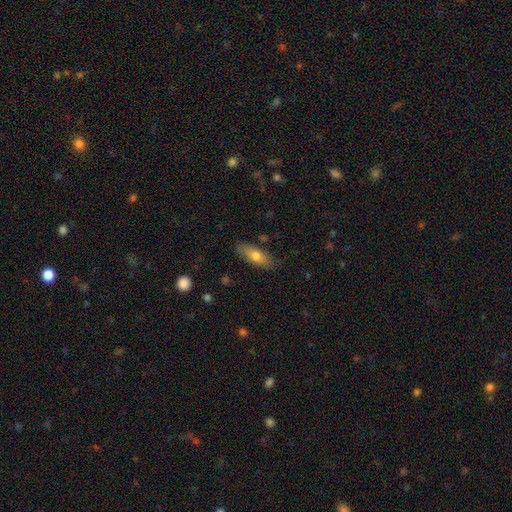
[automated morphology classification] Smooth or featured? Predicted: smooth (p=0.69). How rounded? Predicted: in between (p=0.67). Merging? Predicted: none (p=0.84).